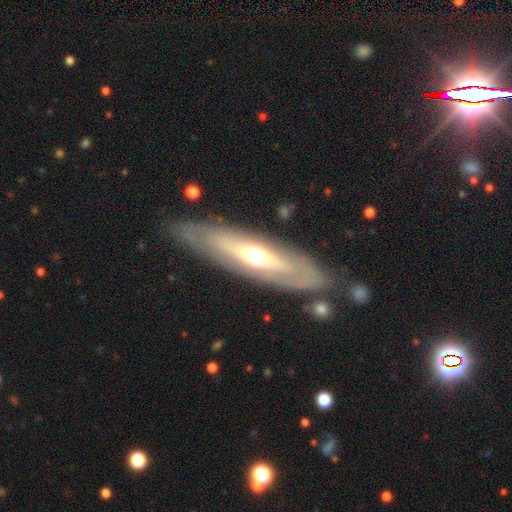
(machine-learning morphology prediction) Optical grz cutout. It shows a featured or disk galaxy (70%). Merging: none (79%).